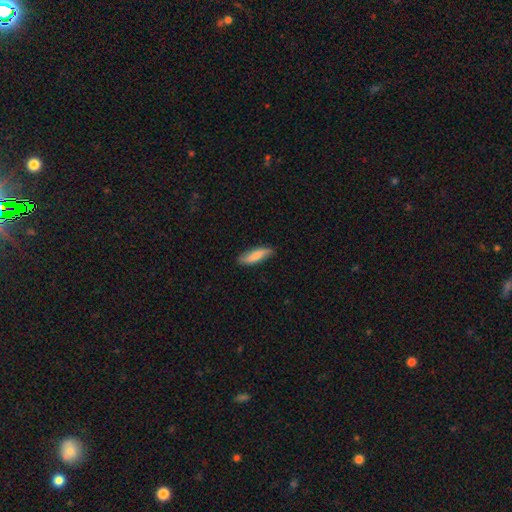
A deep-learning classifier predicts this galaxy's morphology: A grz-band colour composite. It shows a smooth galaxy with no disk features (78%) that is cigar-shaped (55%). Merging: none (81%).